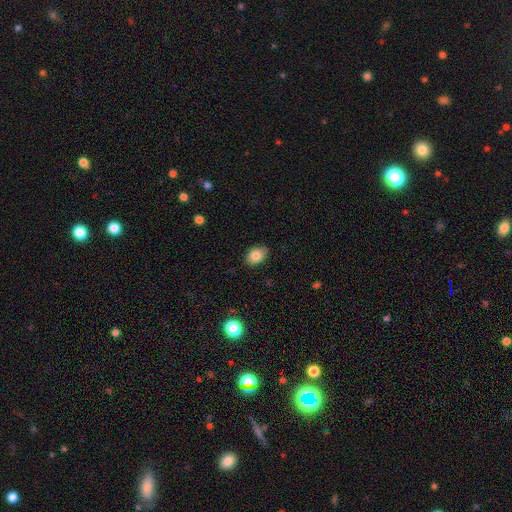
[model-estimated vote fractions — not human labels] Smooth or featured? smooth (84%)
How rounded? in between (72%)
Merging? none (83%)